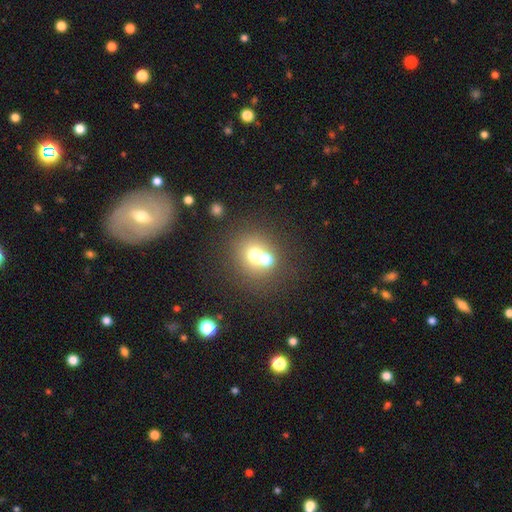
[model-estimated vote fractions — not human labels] Smooth or featured? Predicted: smooth (p=0.66). How rounded? Predicted: round (p=0.83). Merging? Predicted: merger (p=0.48).